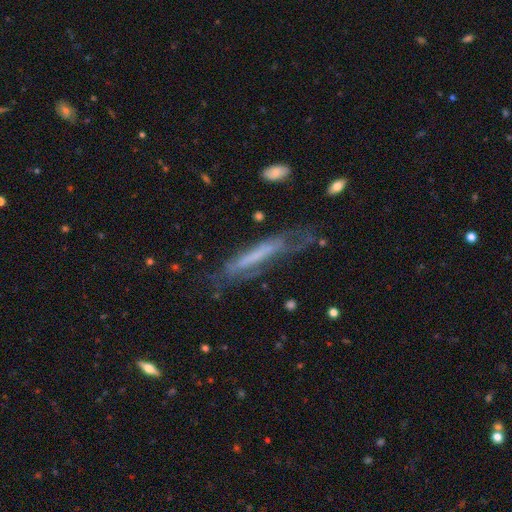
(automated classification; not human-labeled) The model was most divided on "edge-on disk": yes: 60%, no: 40%. Remaining: smooth or featured — featured or disk (55%); merging — none (49%).